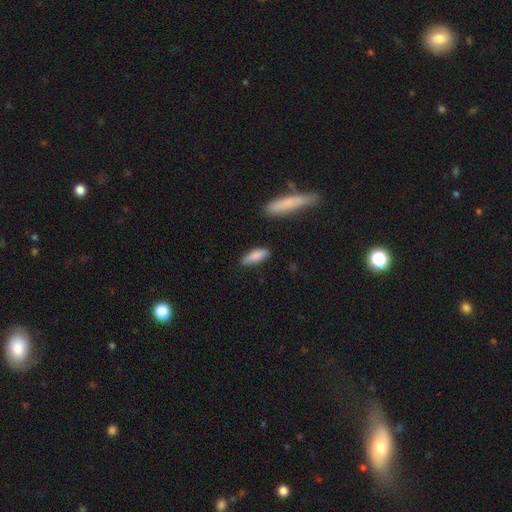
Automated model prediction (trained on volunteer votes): Morphology: type=smooth (85%); roundness=in between (60%); merging=none (83%).